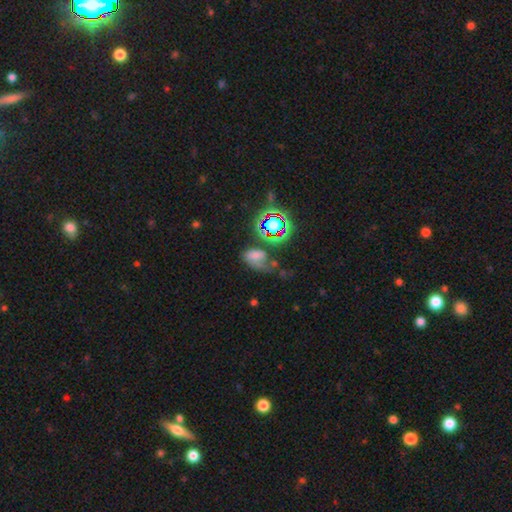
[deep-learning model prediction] Smooth or featured? smooth (49%)
Merging? none (35%)